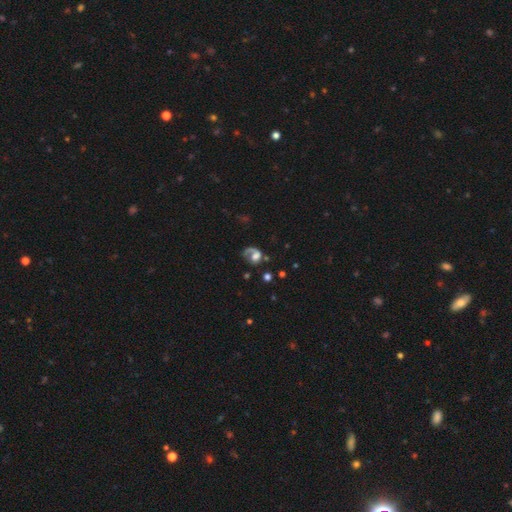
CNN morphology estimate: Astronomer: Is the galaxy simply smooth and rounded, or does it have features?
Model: featured or disk — 54% (runner-up: smooth, 34%).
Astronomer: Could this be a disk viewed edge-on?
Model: no — 98%.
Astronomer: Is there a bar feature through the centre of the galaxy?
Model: no — 77%.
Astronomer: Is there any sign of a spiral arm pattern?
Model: yes — 69%.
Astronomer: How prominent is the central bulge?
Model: moderate — 32% (runner-up: large, 31%).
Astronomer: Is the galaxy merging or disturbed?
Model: major disturbance — 41% (runner-up: none, 34%).